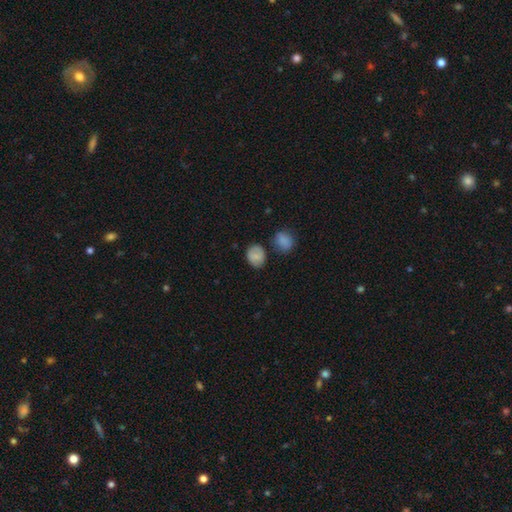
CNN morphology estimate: The model was most divided on "how rounded": round: 54%, in between: 45%, cigar-shaped: 1%. More confident: smooth or featured — smooth (77%); merging — none (71%).